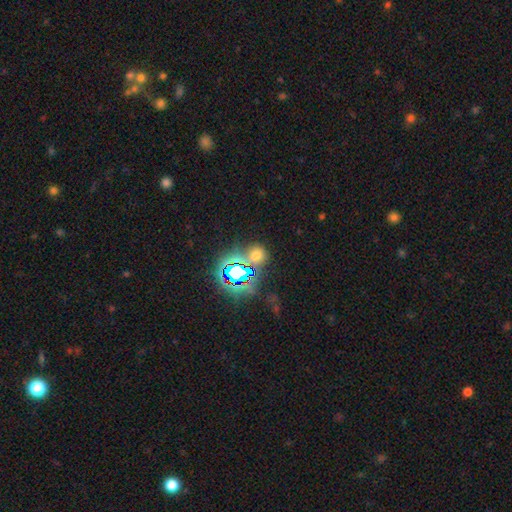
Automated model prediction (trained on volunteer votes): The model was most divided on "smooth or featured": star or artifact: 49%, smooth: 43%, featured or disk: 8%.